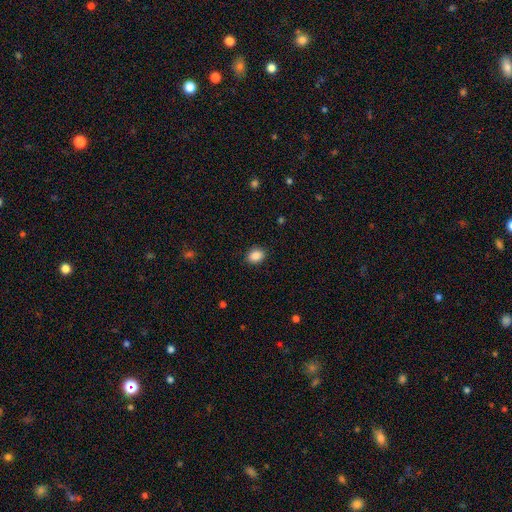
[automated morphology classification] The model was most divided on "how rounded": in between: 58%, round: 41%, cigar-shaped: 1%. More confident: merging — none (89%); smooth or featured — smooth (88%).